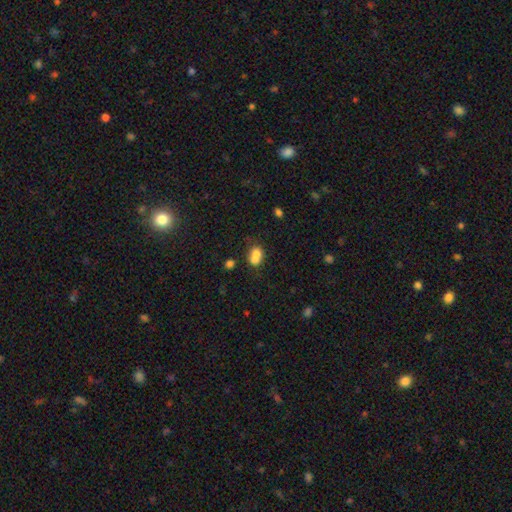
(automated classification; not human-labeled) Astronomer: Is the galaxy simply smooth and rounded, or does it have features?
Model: smooth — 73%.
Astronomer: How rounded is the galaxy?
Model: round — 52% (runner-up: in between, 47%).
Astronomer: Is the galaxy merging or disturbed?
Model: merger — 59%.